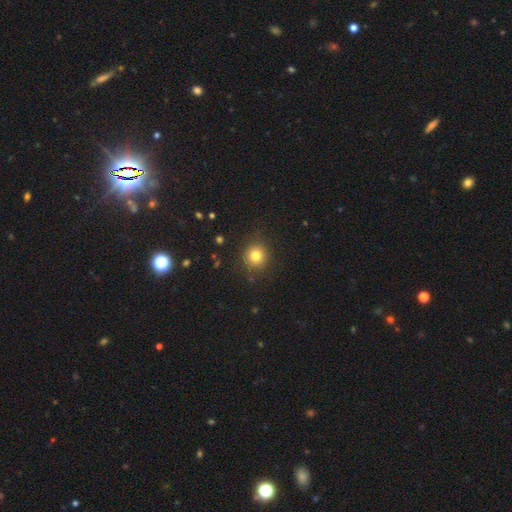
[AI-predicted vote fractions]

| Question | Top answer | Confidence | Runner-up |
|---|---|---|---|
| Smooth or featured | smooth | 80% | star or artifact (13%) |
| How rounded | round | 91% | in between (8%) |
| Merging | none | 88% | minor disturbance (8%) |